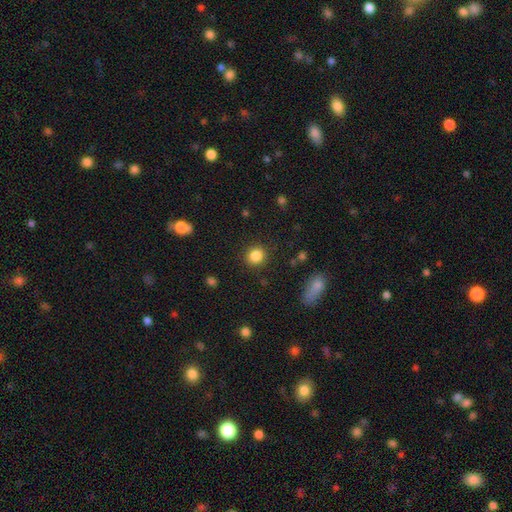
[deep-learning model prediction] Q: Smooth or featured?
A: smooth (85%); runner-up: star or artifact (10%)
Q: How rounded?
A: round (86%); runner-up: in between (13%)
Q: Merging?
A: none (89%); runner-up: minor disturbance (7%)